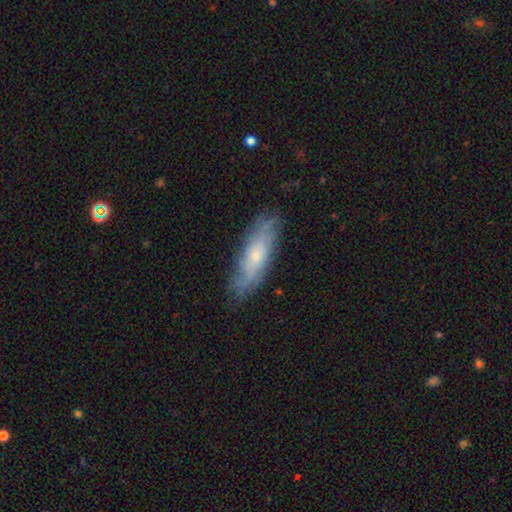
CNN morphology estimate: featured or disk 54%, smooth 39%, star or artifact 7%. Down the decision tree: edge-on disk — no (71%); merging — none (74%).